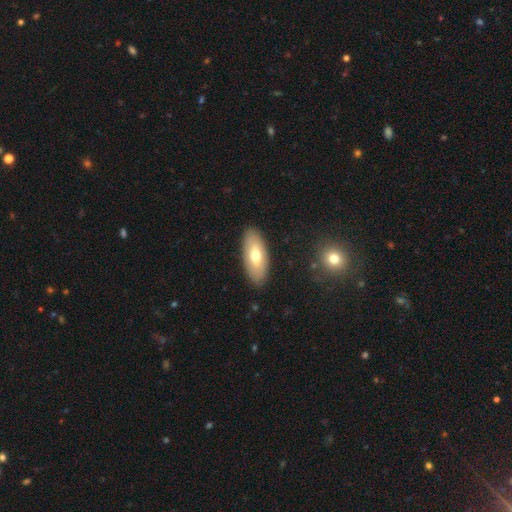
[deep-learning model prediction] smooth_or_featured: smooth (p=0.64) [alt: featured or disk p=0.30]
how_rounded: in between (p=0.86) [alt: cigar-shaped p=0.12]
merging: none (p=0.87) [alt: minor disturbance p=0.09]